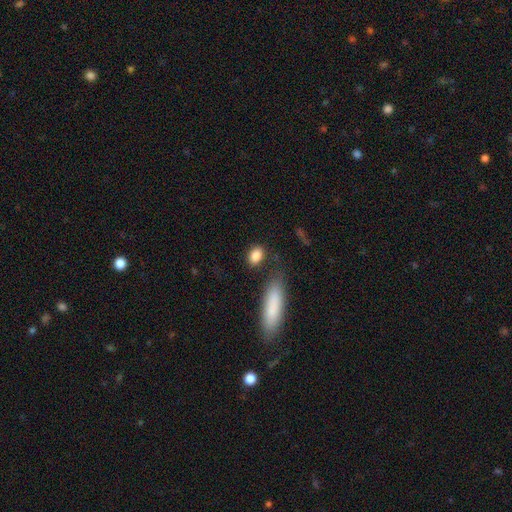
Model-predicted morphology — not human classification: Smooth or featured: smooth — 87% (star or artifact — 8%)
How rounded: in between — 72% (round — 24%)
Merging: none — 77% (minor disturbance — 13%)